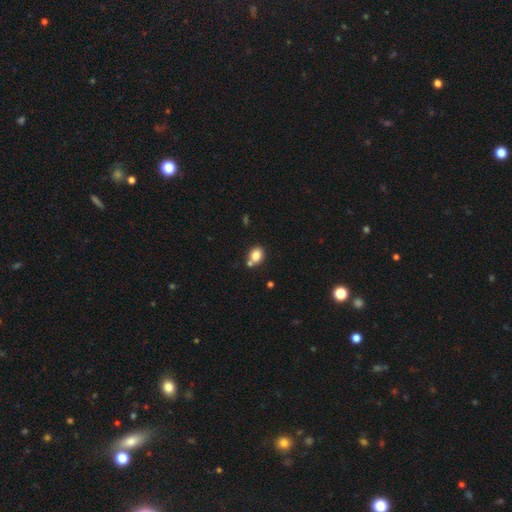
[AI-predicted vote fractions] Morphology: type=smooth (84%); roundness=in between (53%); merging=none (61%).